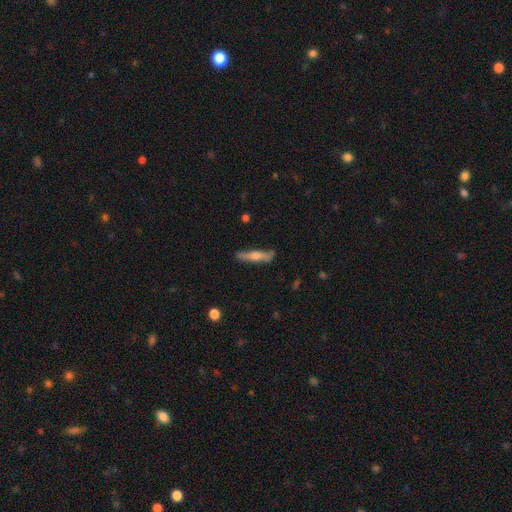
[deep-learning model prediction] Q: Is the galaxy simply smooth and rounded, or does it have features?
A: featured or disk — 50%.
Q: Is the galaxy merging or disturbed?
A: none — 79%.